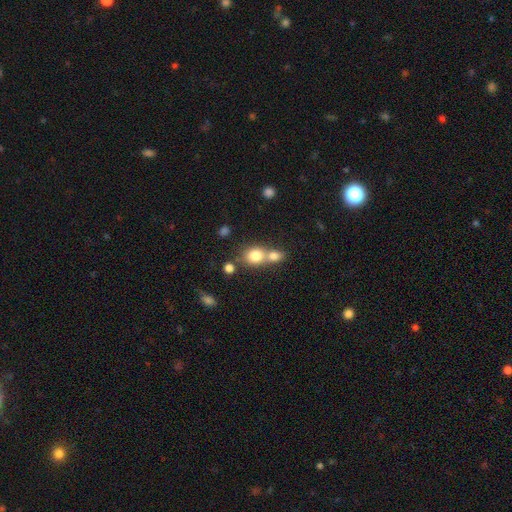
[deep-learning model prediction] Q: Smooth or featured?
A: smooth (78%); runner-up: featured or disk (12%)
Q: How rounded?
A: round (68%); runner-up: in between (31%)
Q: Merging?
A: merger (58%); runner-up: none (32%)